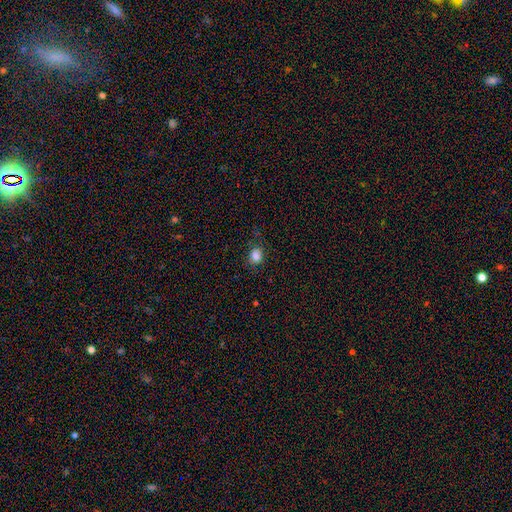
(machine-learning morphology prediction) Smooth or featured? smooth (83%)
How rounded? round (52%)
Merging? none (76%)